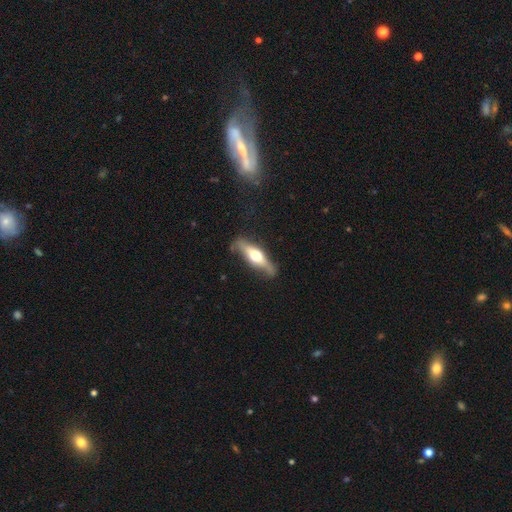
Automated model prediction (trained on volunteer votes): A featured or disk galaxy (62%) viewed edge-on (88%) with a rounded central bulge (92%).

Vote fractions:
- Smooth or featured? featured or disk: 62% / smooth: 33% / star or artifact: 5%
- Edge-on disk? yes: 88% / no: 12%
- Edge-on bulge? rounded: 92% / boxy: 5% / none: 2%
- Merging? none: 74% / minor disturbance: 18% / major disturbance: 5% / merger: 2%